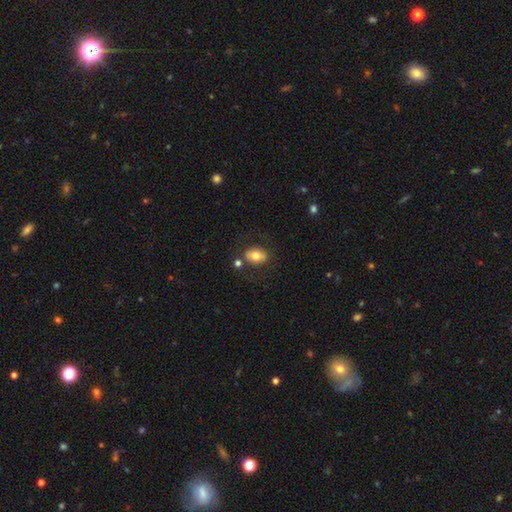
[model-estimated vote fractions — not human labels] Overall: smooth (72%). How rounded: in between (81%). Merging: none (72%).